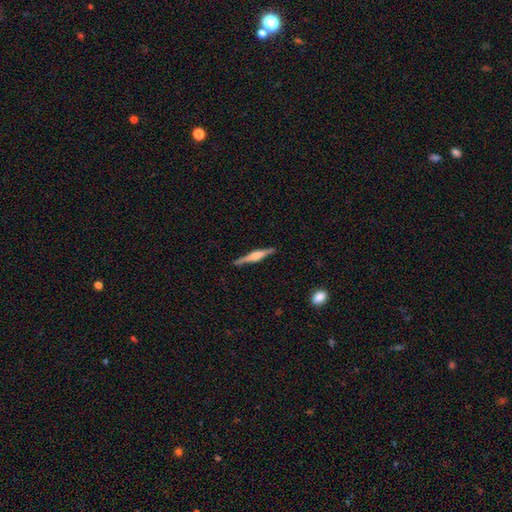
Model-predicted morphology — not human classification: This is likely a featured or disk galaxy (72%). It is clearly viewed edge-on (98%). Edge-on bulge: likely rounded (63%). Merging: clearly none (90%).